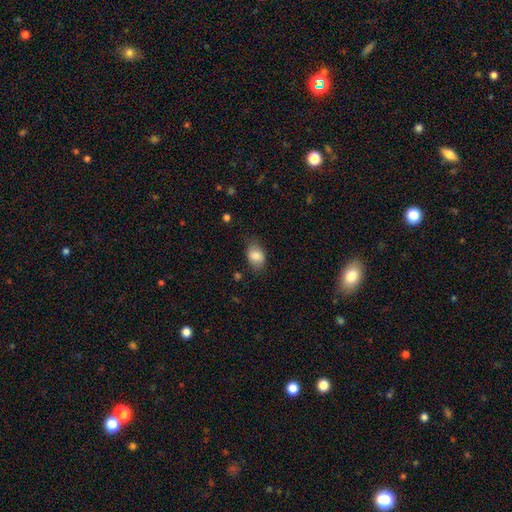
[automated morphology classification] This appears to be a smooth galaxy with no disk features (82%) that is in between round and cigar-shaped (80%). Merging: none (71%).